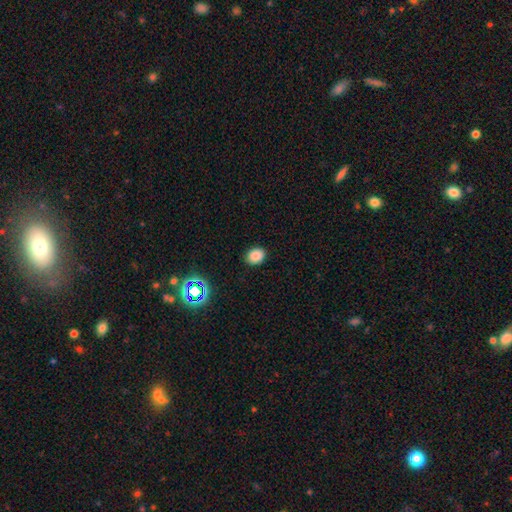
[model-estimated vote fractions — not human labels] A smooth galaxy with no disk features (84%) that is in between round and cigar-shaped (52%). Merging: none (88%).